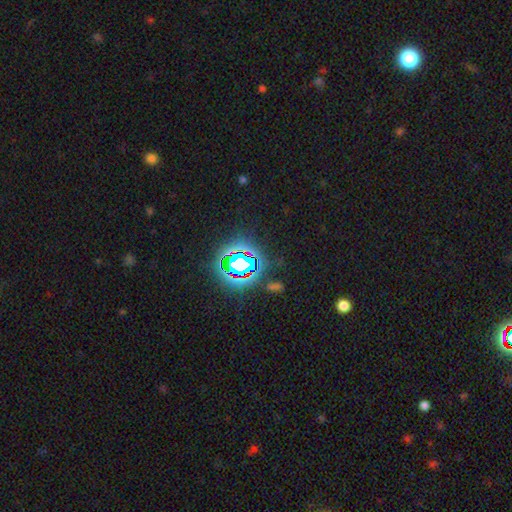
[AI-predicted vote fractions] A star or artifact, not a galaxy (81%).